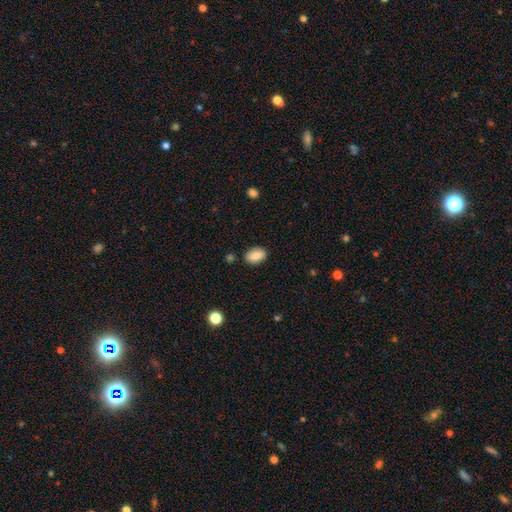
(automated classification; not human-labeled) Smooth or featured? Predicted: smooth (p=0.83). How rounded? Predicted: in between (p=0.88). Merging? Predicted: none (p=0.85).